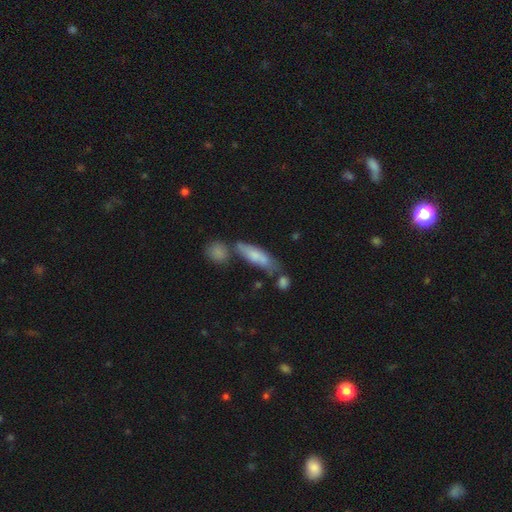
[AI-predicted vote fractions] This is likely a smooth galaxy (69%). How rounded: possibly cigar-shaped (57%). Merging: possibly none (54%).